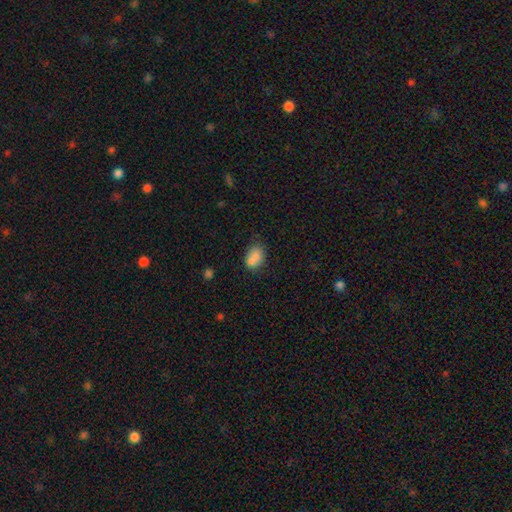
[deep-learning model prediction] smooth_or_featured: smooth (p=0.81) [alt: star or artifact p=0.10]
how_rounded: in between (p=0.79) [alt: round p=0.20]
merging: none (p=0.52) [alt: minor disturbance p=0.22]